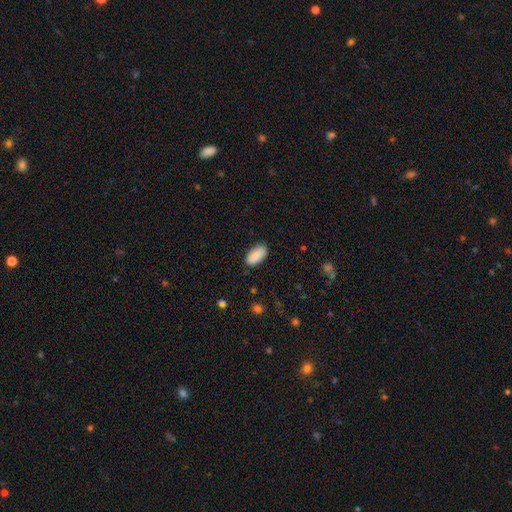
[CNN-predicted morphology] A smooth galaxy with no disk features (90%) that is in between round and cigar-shaped (94%).

Vote fractions:
- Smooth or featured? smooth: 90% / star or artifact: 7% / featured or disk: 4%
- How rounded? in between: 94% / cigar-shaped: 4% / round: 2%
- Merging? none: 84% / minor disturbance: 12% / major disturbance: 3% / merger: 1%